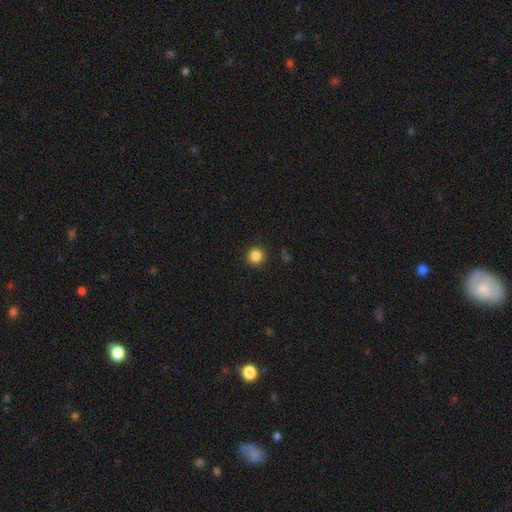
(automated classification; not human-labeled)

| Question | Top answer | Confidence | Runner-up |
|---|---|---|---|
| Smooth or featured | smooth | 85% | star or artifact (11%) |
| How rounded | round | 94% | in between (5%) |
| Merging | none | 92% | minor disturbance (5%) |